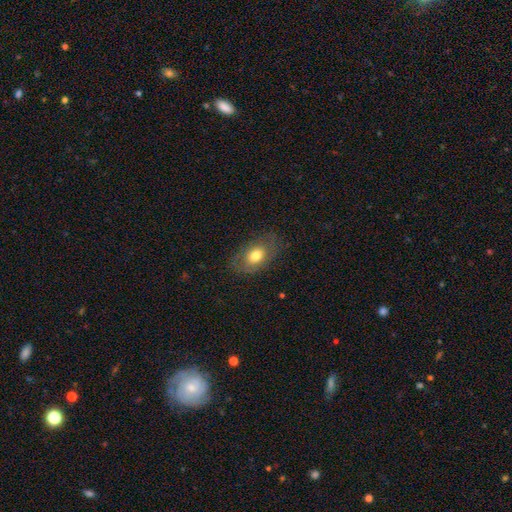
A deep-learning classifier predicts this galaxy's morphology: The model was most divided on "smooth or featured": smooth: 68%, featured or disk: 24%, star or artifact: 8%. More confident: how rounded — in between (83%); merging — none (75%).